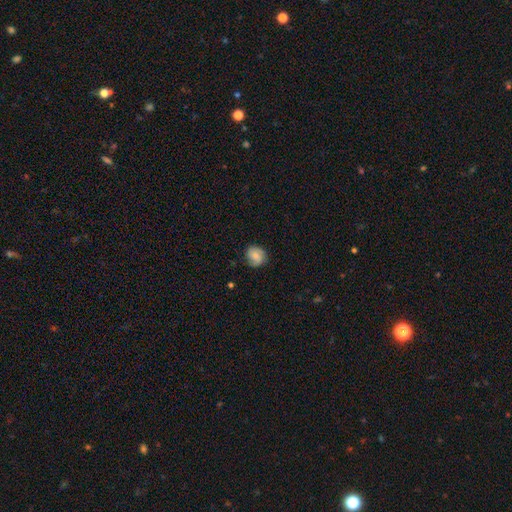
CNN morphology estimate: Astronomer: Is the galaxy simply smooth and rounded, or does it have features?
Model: smooth — 62%.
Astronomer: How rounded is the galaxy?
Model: round — 75%.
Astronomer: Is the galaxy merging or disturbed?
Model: none — 75%.